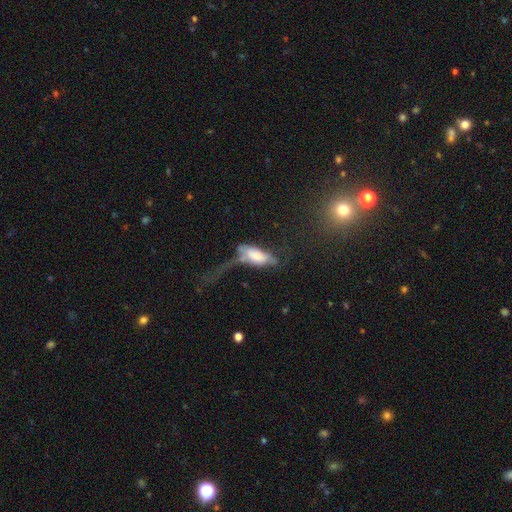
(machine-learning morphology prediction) Q: Smooth or featured?
A: smooth (59%); runner-up: featured or disk (33%)
Q: How rounded?
A: in between (78%); runner-up: cigar-shaped (19%)
Q: Merging?
A: major disturbance (53%); runner-up: minor disturbance (18%)